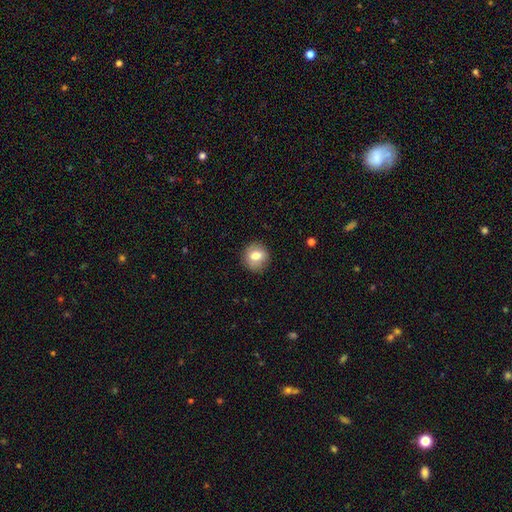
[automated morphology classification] Smooth or featured? Predicted: smooth (p=0.76). How rounded? Predicted: round (p=0.81). Merging? Predicted: none (p=0.85).